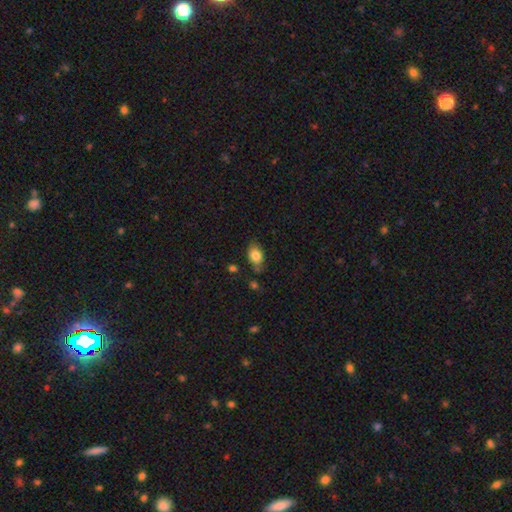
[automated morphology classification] This is clearly a smooth galaxy (83%). How rounded: clearly in between (85%). Merging: likely none (70%).